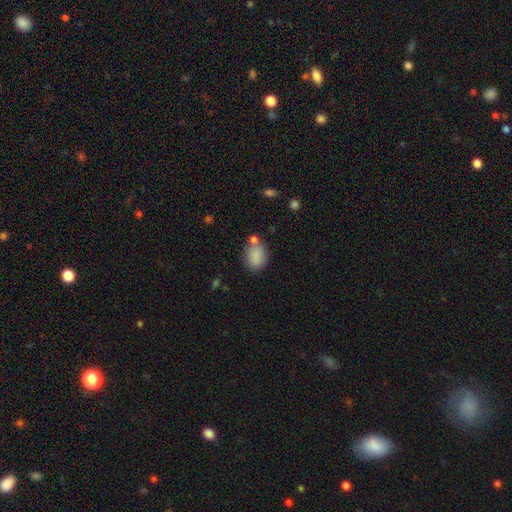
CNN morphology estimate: Smooth or featured? smooth (86%)
How rounded? in between (62%)
Merging? none (66%)